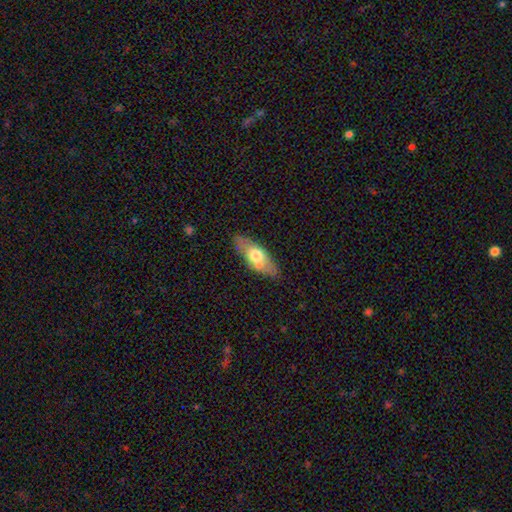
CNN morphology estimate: smooth 58%, featured or disk 36%, star or artifact 6%. Down the decision tree: how rounded — in between (73%); merging — none (75%).